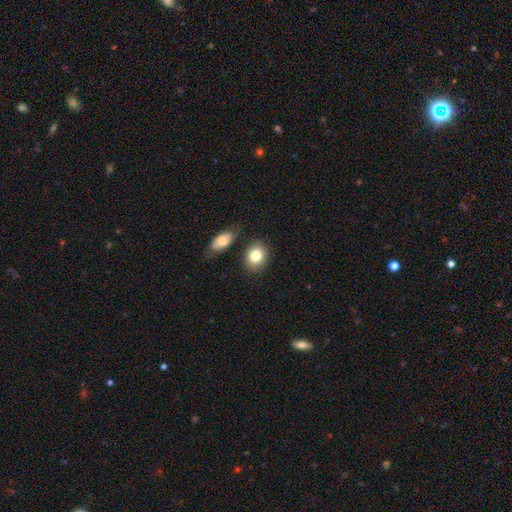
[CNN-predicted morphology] Smooth or featured?
  - smooth: 82% *
  - featured or disk: 10%
  - star or artifact: 8%
How rounded?
  - in between: 51% *
  - round: 48%
  - cigar-shaped: 1%
Merging?
  - none: 75% *
  - minor disturbance: 12%
  - merger: 10%
  - major disturbance: 3%